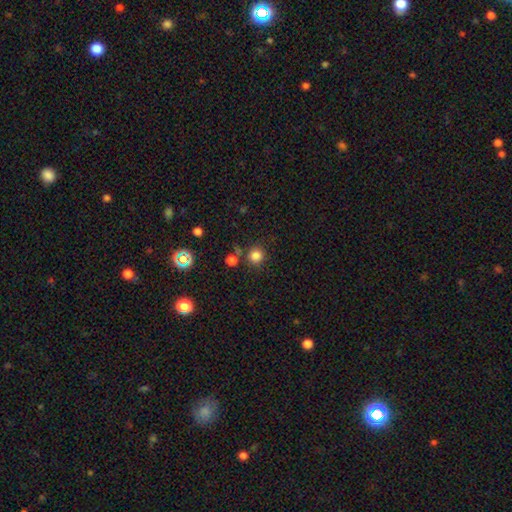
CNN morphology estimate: A smooth galaxy with no disk features (82%) that is round (93%). Merging: none (80%).